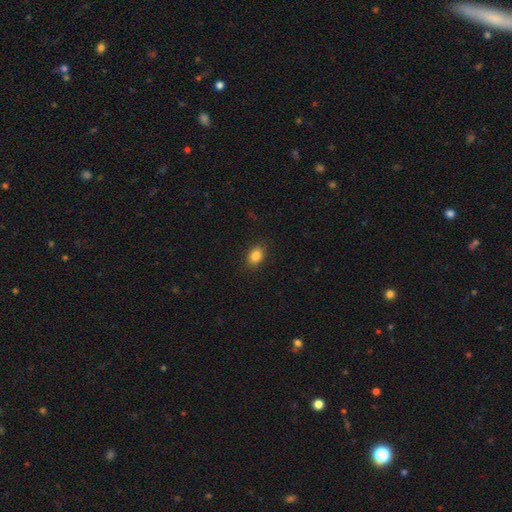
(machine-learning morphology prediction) type=smooth (85%); roundness=in between (70%); merging=none (88%).